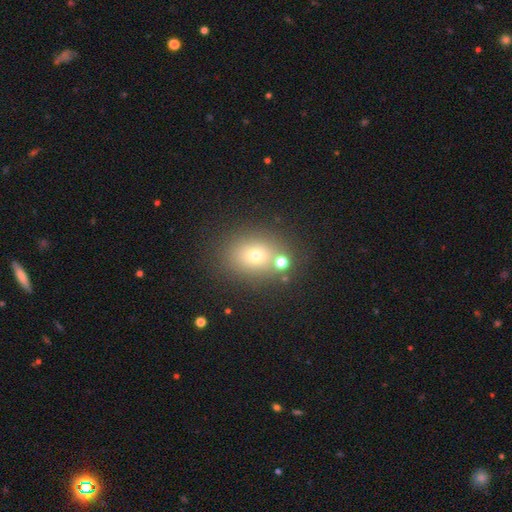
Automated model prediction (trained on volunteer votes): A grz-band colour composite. It shows a smooth galaxy with no disk features (66%) that is round (50%). Merging: none (72%).